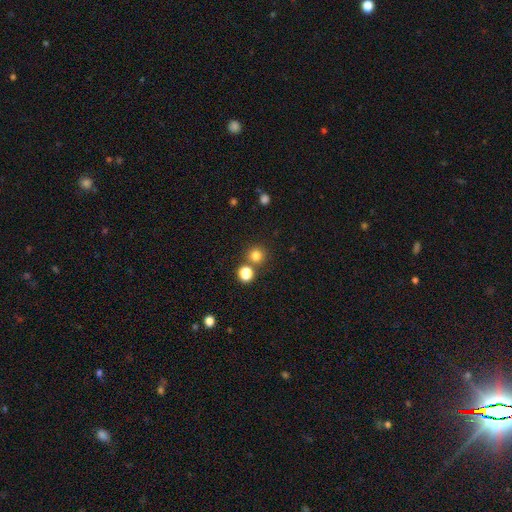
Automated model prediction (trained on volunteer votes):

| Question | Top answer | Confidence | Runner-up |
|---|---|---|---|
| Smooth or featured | smooth | 79% | star or artifact (15%) |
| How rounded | round | 94% | in between (6%) |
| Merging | none | 75% | merger (16%) |